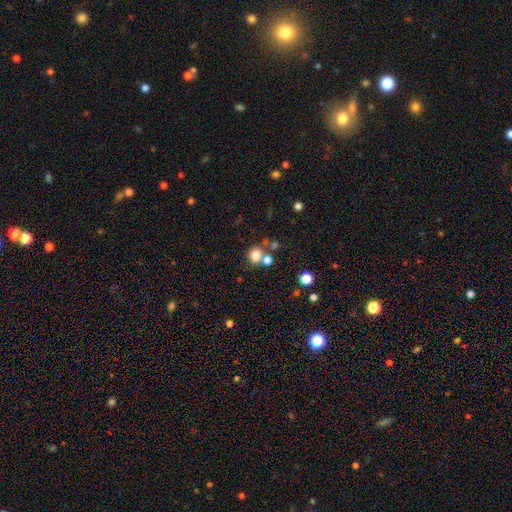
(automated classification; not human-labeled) Smooth or featured? Predicted: smooth (p=0.78). How rounded? Predicted: round (p=0.70). Merging? Predicted: none (p=0.59).